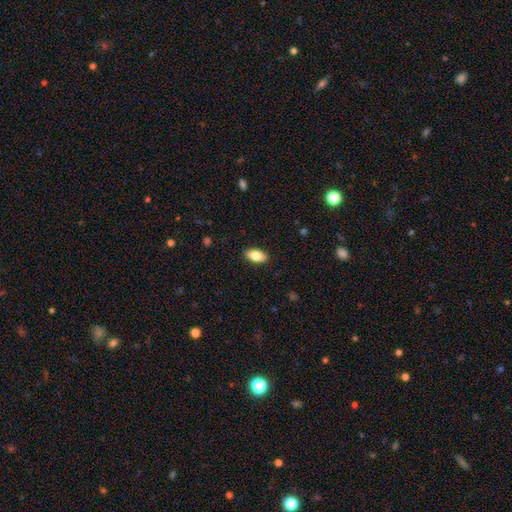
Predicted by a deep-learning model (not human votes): Q: Smooth or featured?
A: smooth (81%); runner-up: featured or disk (12%)
Q: How rounded?
A: in between (92%); runner-up: cigar-shaped (5%)
Q: Merging?
A: none (90%); runner-up: minor disturbance (8%)